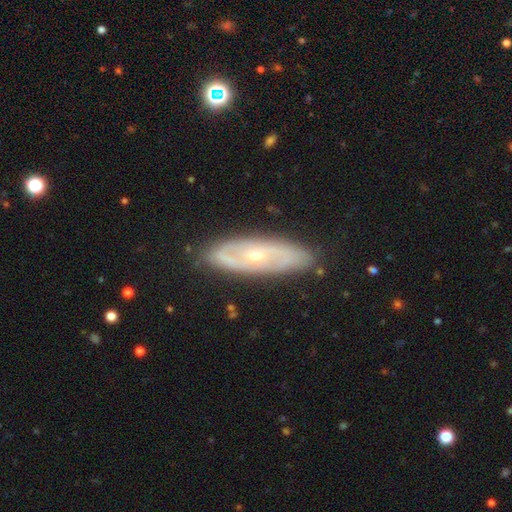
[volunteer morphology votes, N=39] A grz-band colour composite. It shows a featured or disk galaxy (69%) with no bar (90%), 2 (64%) medium (64%) spiral arms (67%) and a moderate central bulge (52%). Merging: none (89%).